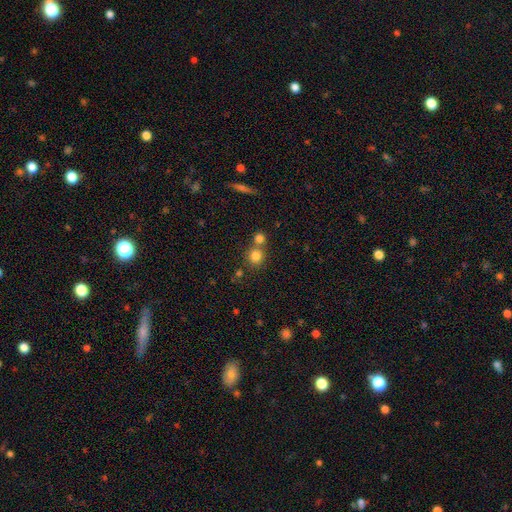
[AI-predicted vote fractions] The model was most divided on "merging": none: 58%, merger: 32%, minor disturbance: 7%, major disturbance: 3%. More confident: how rounded — round (89%); smooth or featured — smooth (81%).